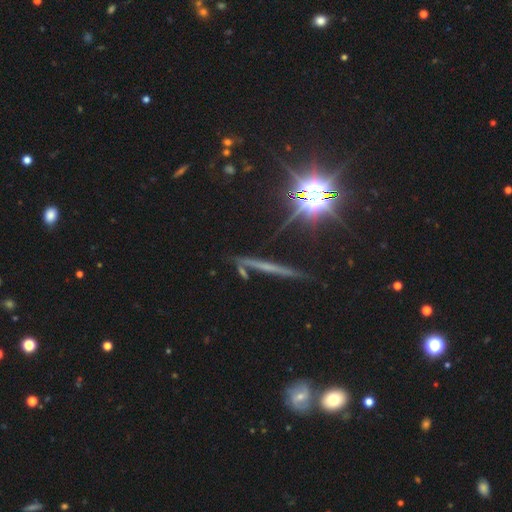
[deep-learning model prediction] Morphology: type=featured or disk (51%); edge-on=yes (91%); merging=none (77%).